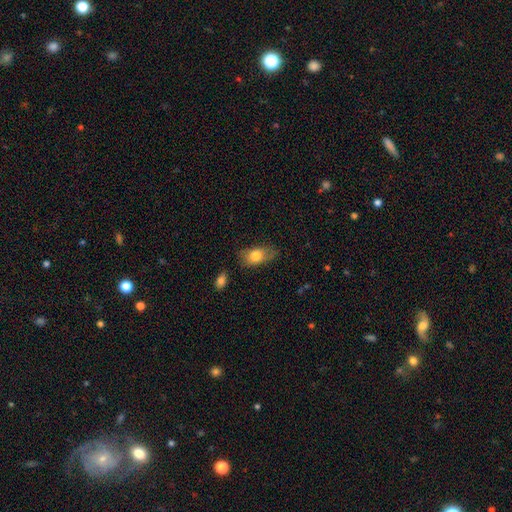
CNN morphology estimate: Overall: smooth (76%). How rounded: in between (87%). Merging: none (64%; minor disturbance 27%).